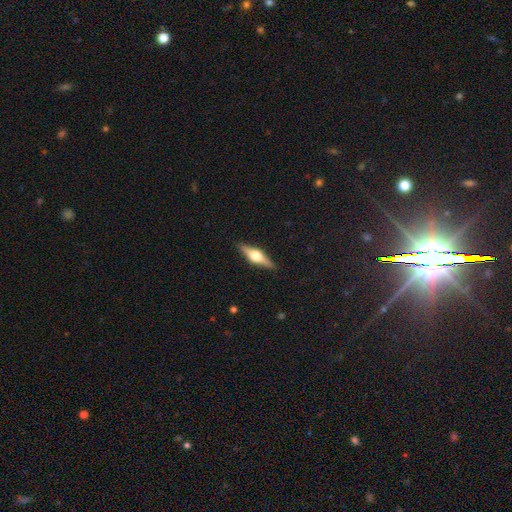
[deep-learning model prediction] Overall: featured or disk (72%). Edge-on disk: yes (97%). Edge-on bulge: rounded (95%). Merging: none (90%).